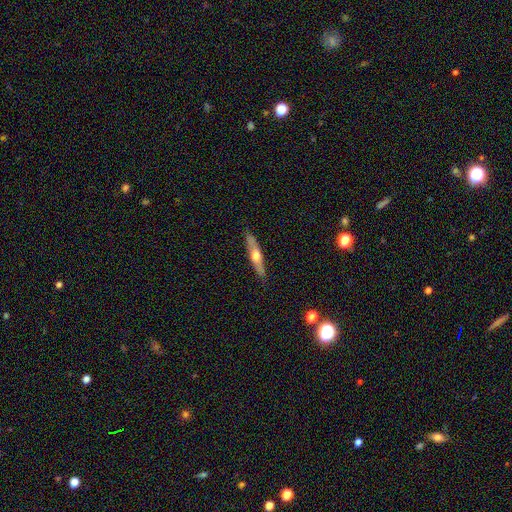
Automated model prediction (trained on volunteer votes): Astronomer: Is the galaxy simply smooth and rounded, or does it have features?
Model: featured or disk — 51% (runner-up: smooth, 44%).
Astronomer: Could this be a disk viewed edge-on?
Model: yes — 85%.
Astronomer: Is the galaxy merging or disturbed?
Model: none — 85%.